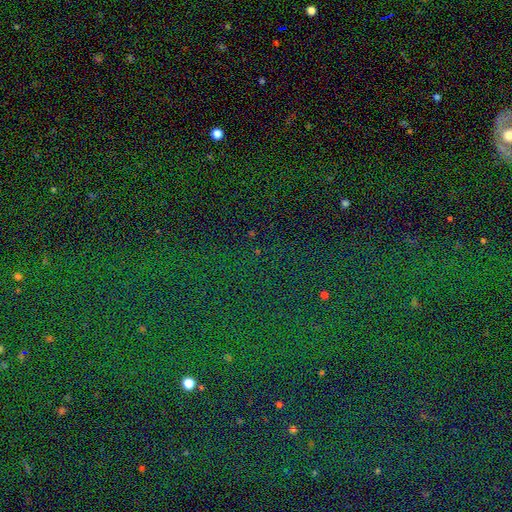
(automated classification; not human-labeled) smooth-or-featured: star or artifact: 84% | smooth: 9% | featured or disk: 7%